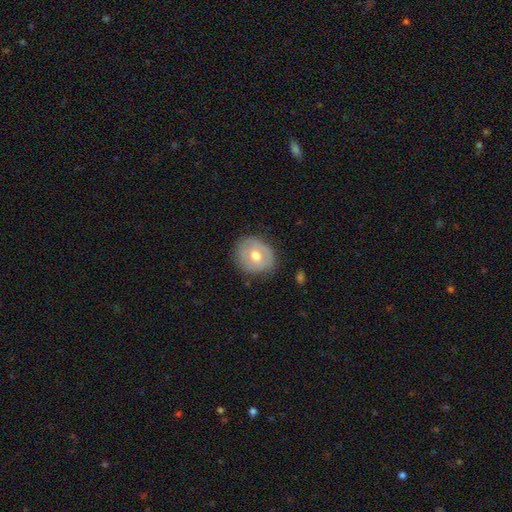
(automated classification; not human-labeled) smooth_or_featured: smooth (p=0.50) [alt: featured or disk p=0.43]
how_rounded: round (p=0.76) [alt: in between p=0.23]
merging: none (p=0.74) [alt: minor disturbance p=0.19]